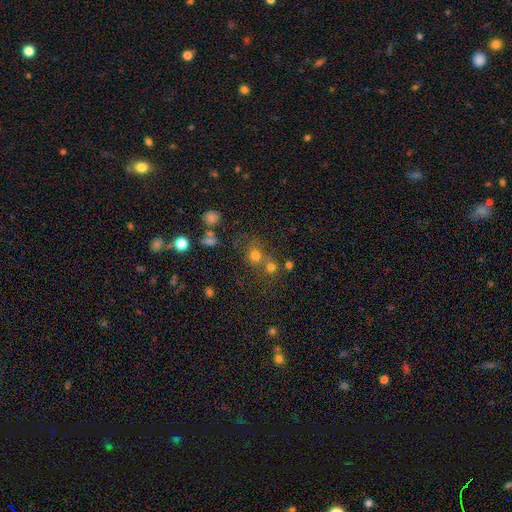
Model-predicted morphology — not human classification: Smooth or featured? Predicted: smooth (p=0.67). How rounded? Predicted: round (p=0.82). Merging? Predicted: none (p=0.54).